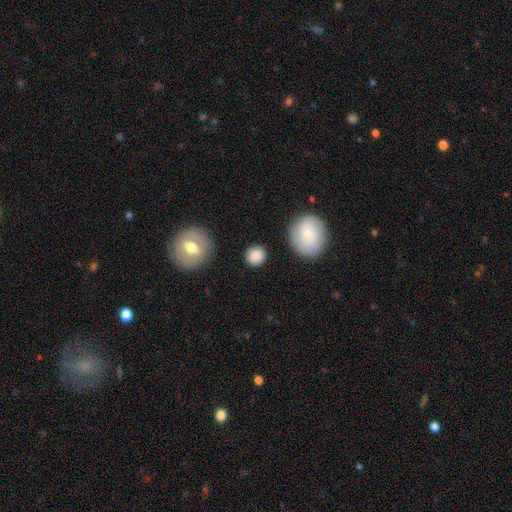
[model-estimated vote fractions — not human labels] Morphology: type=smooth (87%); roundness=round (87%); merging=none (86%).